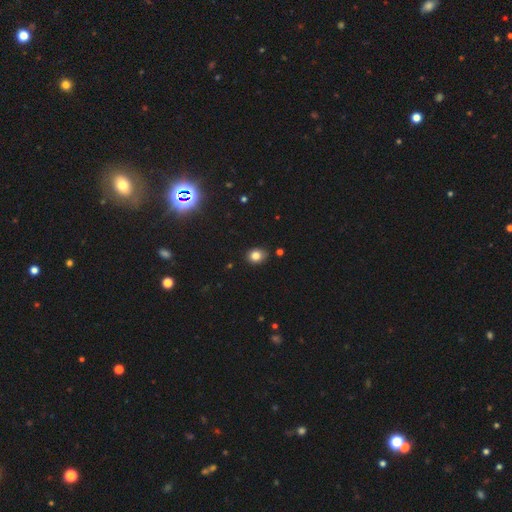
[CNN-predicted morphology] A smooth galaxy with no disk features (82%) that is round (60%). Merging: none (84%).